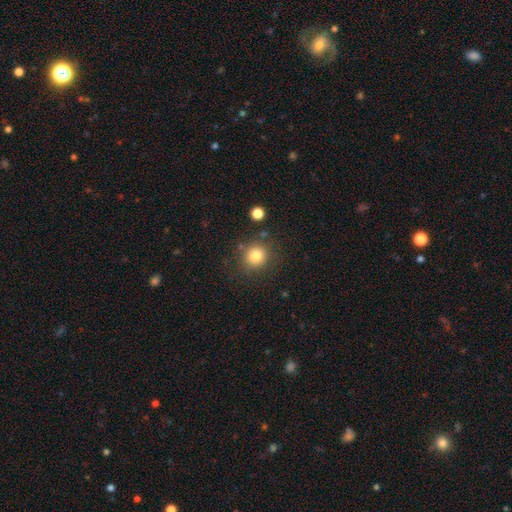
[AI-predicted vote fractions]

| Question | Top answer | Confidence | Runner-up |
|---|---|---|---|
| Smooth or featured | smooth | 81% | star or artifact (12%) |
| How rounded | round | 88% | in between (11%) |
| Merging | none | 82% | minor disturbance (10%) |